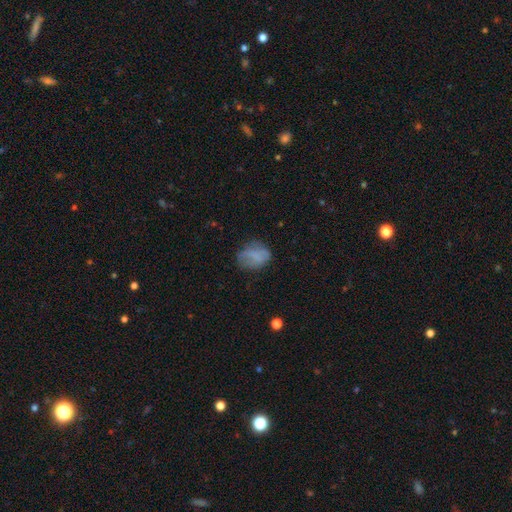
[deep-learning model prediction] A smooth galaxy with no disk features (69%) that is in between round and cigar-shaped (64%).

Vote fractions:
- Smooth or featured? smooth: 69% / featured or disk: 20% / star or artifact: 11%
- How rounded? in between: 64% / round: 34% / cigar-shaped: 2%
- Merging? none: 57% / minor disturbance: 27% / major disturbance: 14% / merger: 2%